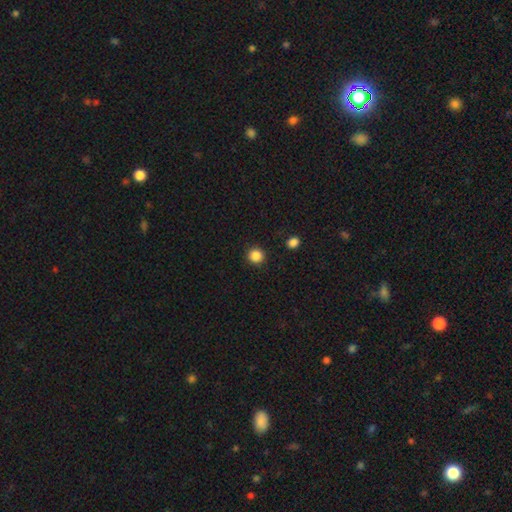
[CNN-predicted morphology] A smooth galaxy with no disk features (86%) that is round (94%).

Vote fractions:
- Smooth or featured? smooth: 86% / star or artifact: 11% / featured or disk: 3%
- How rounded? round: 94% / in between: 5% / cigar-shaped: 1%
- Merging? none: 91% / minor disturbance: 5% / major disturbance: 2% / merger: 1%